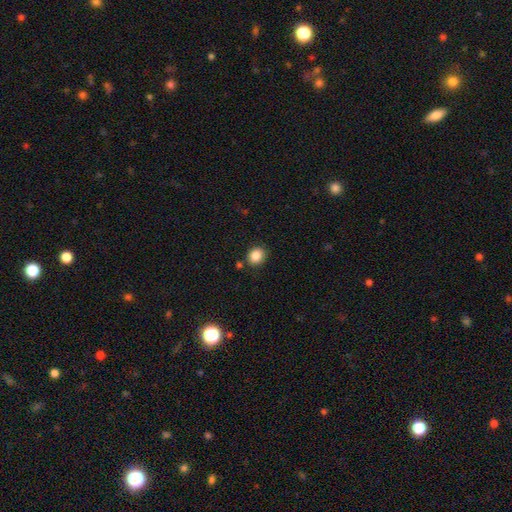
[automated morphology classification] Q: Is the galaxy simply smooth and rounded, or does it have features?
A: smooth — 86%.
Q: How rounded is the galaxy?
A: round — 71%.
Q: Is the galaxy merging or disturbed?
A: none — 84%.